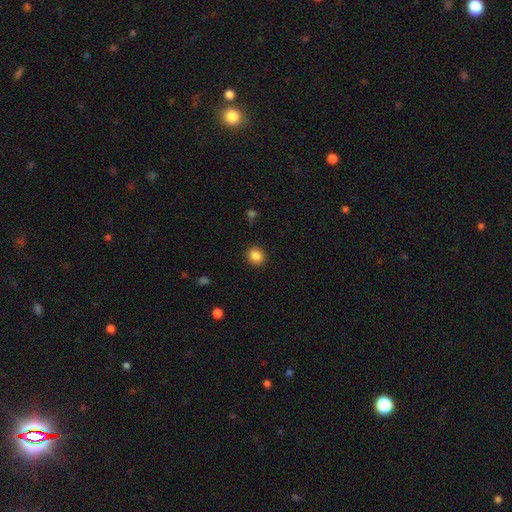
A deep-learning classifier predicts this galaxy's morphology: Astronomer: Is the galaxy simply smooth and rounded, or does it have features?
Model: smooth — 87%.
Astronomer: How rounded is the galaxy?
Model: round — 83%.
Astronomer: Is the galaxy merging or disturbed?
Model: none — 90%.